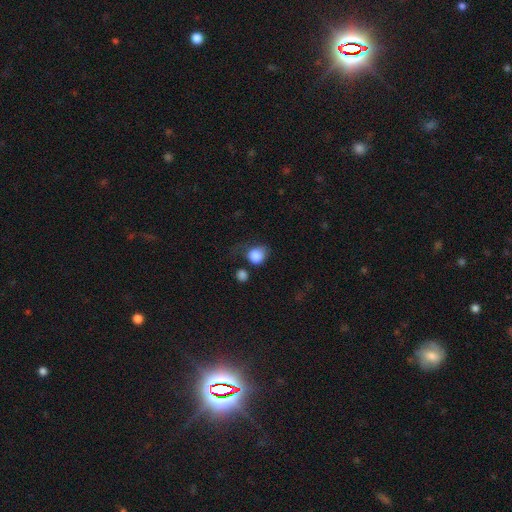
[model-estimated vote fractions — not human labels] Overall: smooth (84%). How rounded: round (70%). Merging: none (44%; minor disturbance 27%).